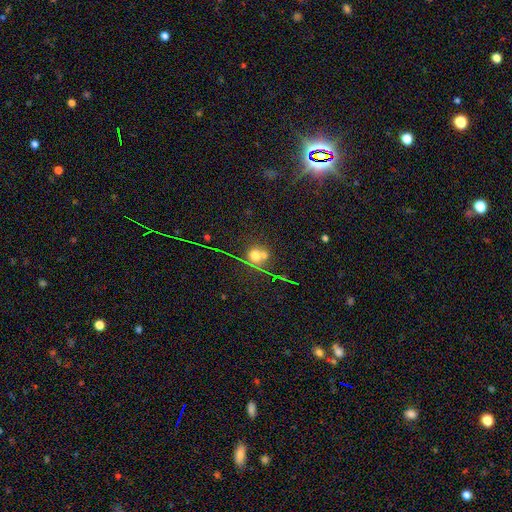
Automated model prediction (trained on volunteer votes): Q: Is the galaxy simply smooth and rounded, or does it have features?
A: smooth — 54%.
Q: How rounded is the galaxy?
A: round — 84%.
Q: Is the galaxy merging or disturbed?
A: none — 51%.